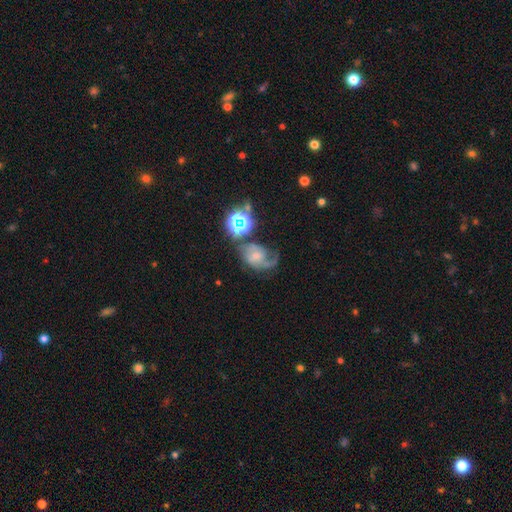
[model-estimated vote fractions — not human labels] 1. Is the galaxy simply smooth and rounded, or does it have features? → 57% featured or disk, 24% smooth, 18% star or artifact.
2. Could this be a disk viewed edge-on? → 97% no, 3% yes.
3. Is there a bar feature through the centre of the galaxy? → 56% no, 35% weak, 8% strong.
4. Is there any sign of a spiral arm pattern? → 87% yes, 13% no.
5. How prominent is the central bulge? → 37% small, 30% moderate, 20% none, 10% large, 3% dominant.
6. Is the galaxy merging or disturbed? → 34% none, 30% major disturbance, 24% minor disturbance, 12% merger.